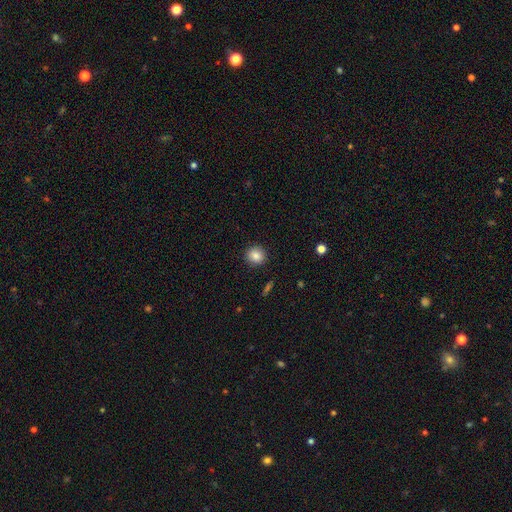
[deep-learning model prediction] The model was most divided on "smooth or featured": smooth: 85%, star or artifact: 9%, featured or disk: 6%. More confident: merging — none (91%); how rounded — round (91%).